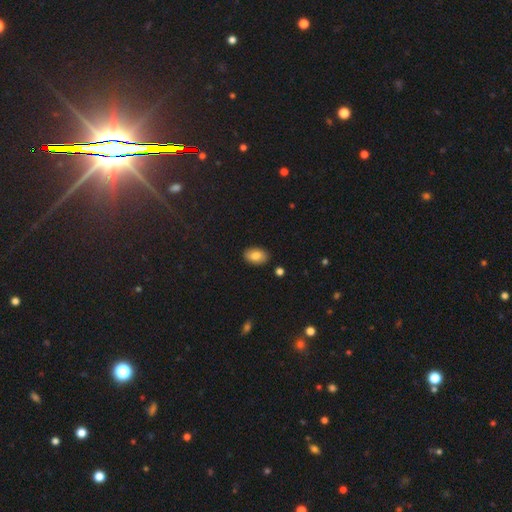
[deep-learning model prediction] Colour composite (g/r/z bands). It shows a smooth galaxy with no disk features (81%) that is in between round and cigar-shaped (89%). Merging: none (88%).